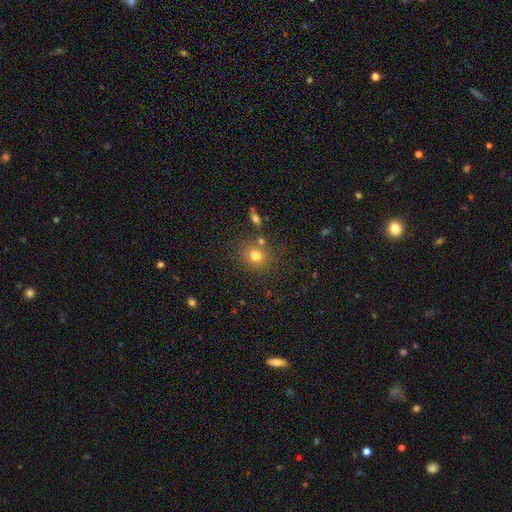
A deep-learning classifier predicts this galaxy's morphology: A smooth galaxy with no disk features (77%) that is round (76%).

Vote fractions:
- Smooth or featured? smooth: 77% / star or artifact: 14% / featured or disk: 9%
- How rounded? round: 76% / in between: 23% / cigar-shaped: 1%
- Merging? none: 76% / minor disturbance: 11% / merger: 10% / major disturbance: 4%